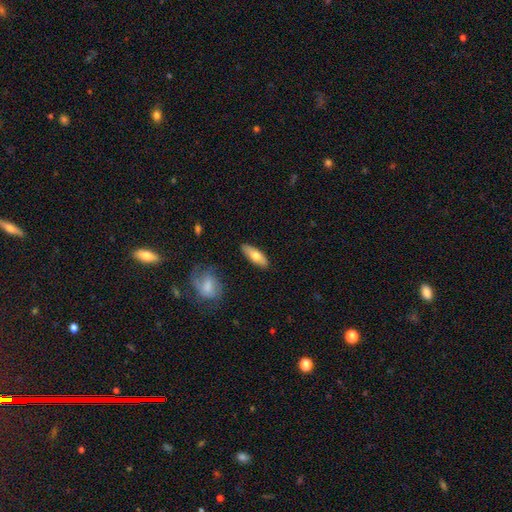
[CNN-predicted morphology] Smooth or featured?
  - smooth: 67% *
  - featured or disk: 28%
  - star or artifact: 6%
How rounded?
  - in between: 65% *
  - cigar-shaped: 33%
  - round: 3%
Merging?
  - none: 86% *
  - minor disturbance: 10%
  - major disturbance: 2%
  - merger: 2%